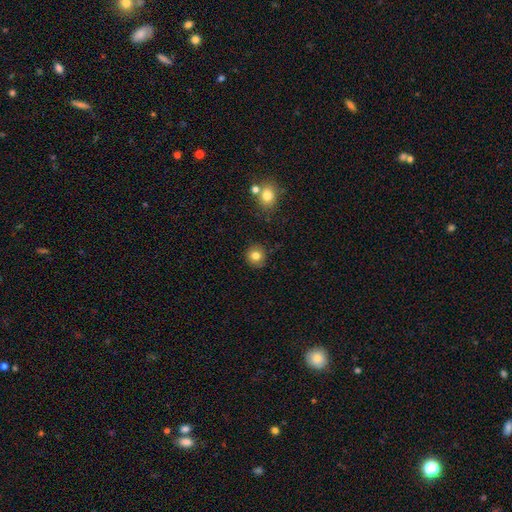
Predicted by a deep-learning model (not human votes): smooth-or-featured: smooth: 81% | star or artifact: 11% | featured or disk: 8%
  how-rounded: round: 90% | in between: 9% | cigar-shaped: 1%
  merging: none: 88% | minor disturbance: 8% | merger: 2% | major disturbance: 2%